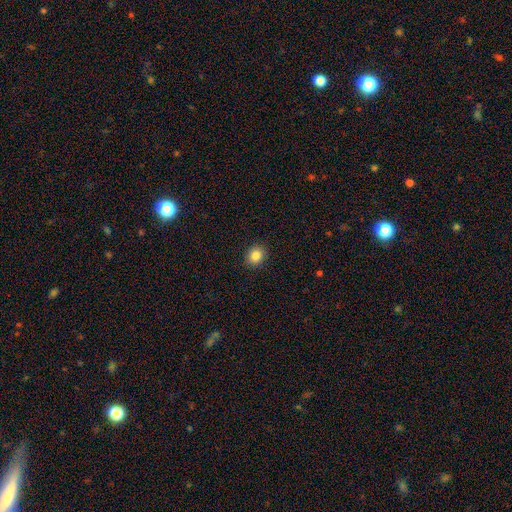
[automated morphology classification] A smooth galaxy with no disk features (84%) that is round (70%).

Vote fractions:
- Smooth or featured? smooth: 84% / star or artifact: 10% / featured or disk: 6%
- How rounded? round: 70% / in between: 29% / cigar-shaped: 1%
- Merging? none: 91% / minor disturbance: 6% / major disturbance: 2% / merger: 1%